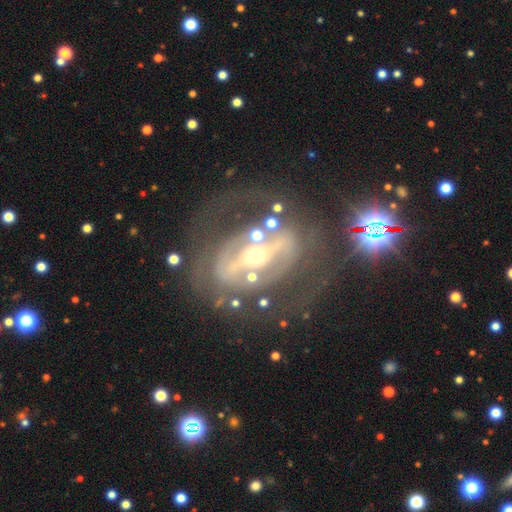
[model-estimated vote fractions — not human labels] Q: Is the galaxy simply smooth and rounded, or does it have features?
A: featured or disk — 83%.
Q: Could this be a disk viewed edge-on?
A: no — 89%.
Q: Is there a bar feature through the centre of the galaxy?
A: strong — 65%.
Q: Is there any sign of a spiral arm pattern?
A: yes — 58%.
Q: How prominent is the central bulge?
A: small — 55%.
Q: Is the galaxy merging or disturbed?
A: none — 63%.